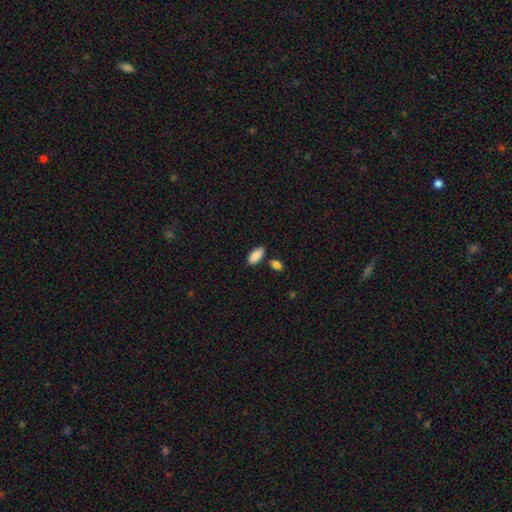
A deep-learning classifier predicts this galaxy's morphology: This appears to be a smooth galaxy with no disk features (89%) that is in between round and cigar-shaped (90%). Merging: none (76%).